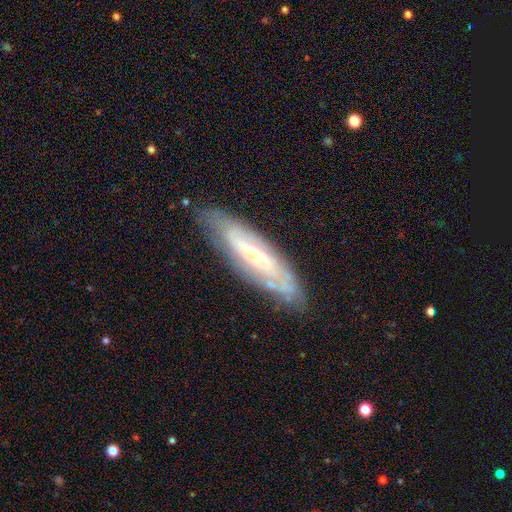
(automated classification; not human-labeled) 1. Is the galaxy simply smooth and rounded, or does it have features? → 70% featured or disk, 23% smooth, 7% star or artifact.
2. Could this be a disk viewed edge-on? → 67% no, 33% yes.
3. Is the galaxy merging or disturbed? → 77% none, 17% minor disturbance, 4% major disturbance, 2% merger.